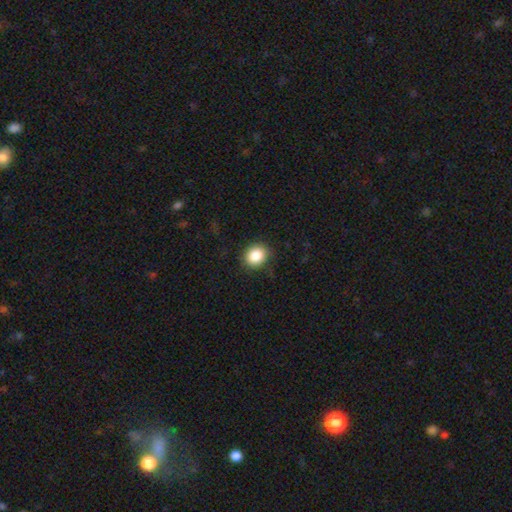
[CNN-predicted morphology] smooth-or-featured: smooth: 86% | star or artifact: 9% | featured or disk: 5%
  how-rounded: round: 66% | in between: 33% | cigar-shaped: 1%
  merging: none: 86% | minor disturbance: 10% | major disturbance: 3% | merger: 1%